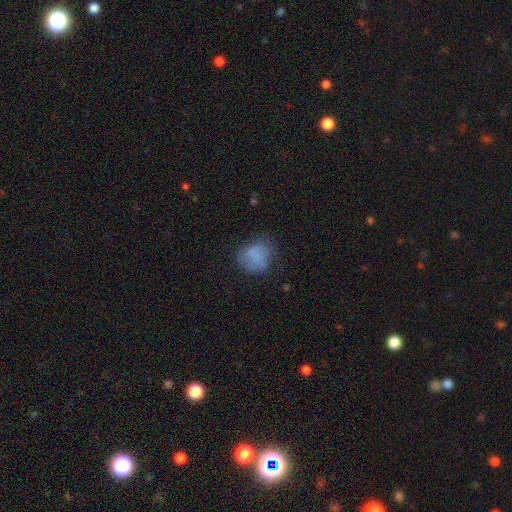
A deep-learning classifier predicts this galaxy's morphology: Smooth or featured? Predicted: smooth (p=0.74). How rounded? Predicted: round (p=0.69). Merging? Predicted: none (p=0.57).